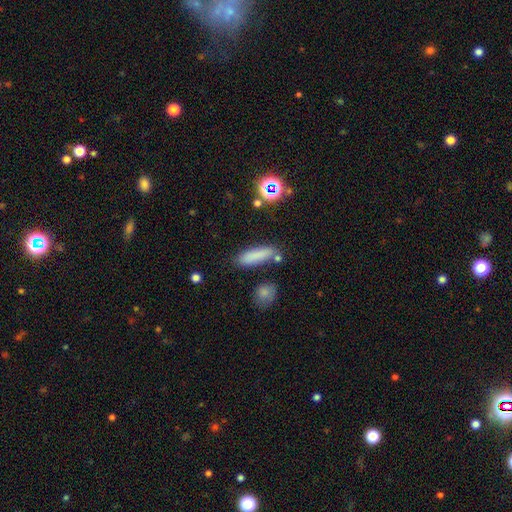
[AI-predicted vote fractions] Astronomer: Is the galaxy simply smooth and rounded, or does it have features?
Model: smooth — 81%.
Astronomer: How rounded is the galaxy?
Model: cigar-shaped — 60% (runner-up: in between, 37%).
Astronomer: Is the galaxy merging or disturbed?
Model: none — 77%.